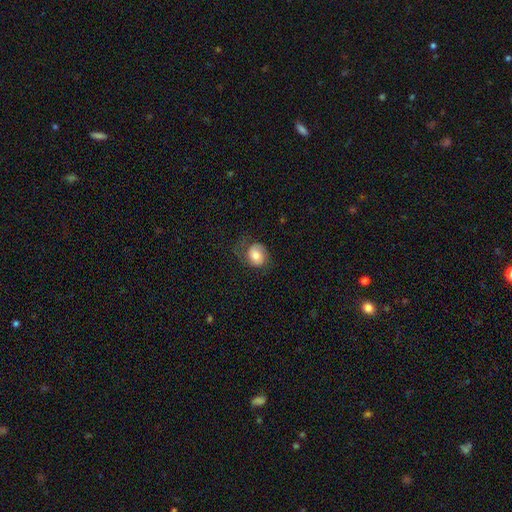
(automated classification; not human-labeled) smooth_or_featured: smooth (p=0.58) [alt: featured or disk p=0.34]
how_rounded: round (p=0.57) [alt: in between p=0.42]
merging: none (p=0.54) [alt: minor disturbance p=0.25]